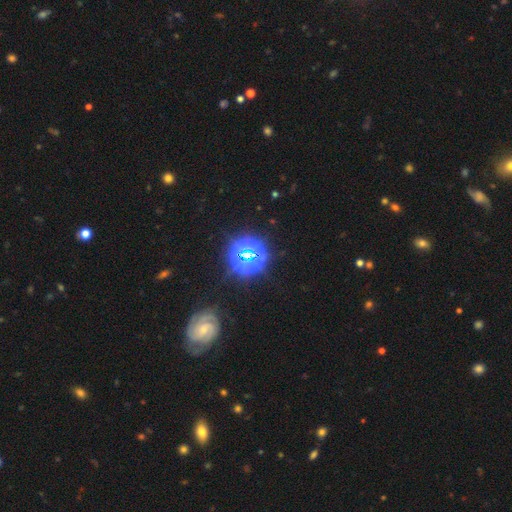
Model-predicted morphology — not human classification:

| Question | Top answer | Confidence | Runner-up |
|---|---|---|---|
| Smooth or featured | star or artifact | 68% | smooth (16%) |